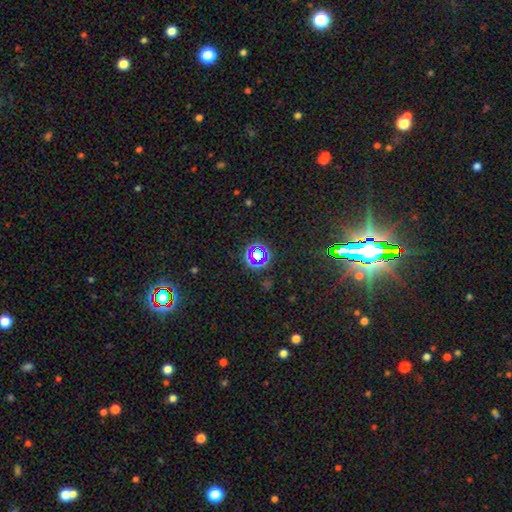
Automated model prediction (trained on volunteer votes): This is likely a star or artifact rather than a galaxy (65%).